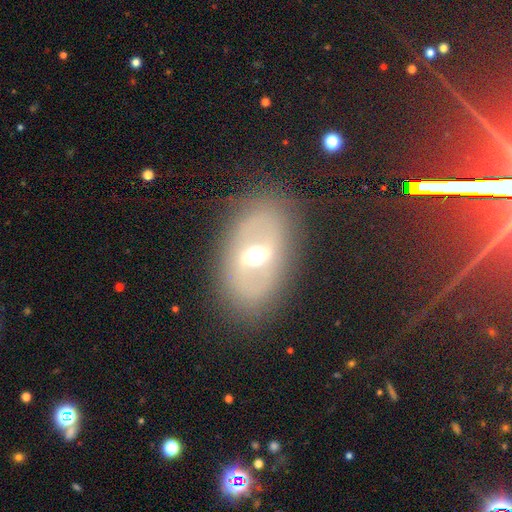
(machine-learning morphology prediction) Smooth or featured? Predicted: featured or disk (p=0.64). Edge-on disk? Predicted: no (p=0.87). Bar? Predicted: strong (p=0.44). Spiral arms? Predicted: no (p=0.73). Bulge size? Predicted: moderate (p=0.67). Merging? Predicted: none (p=0.78).